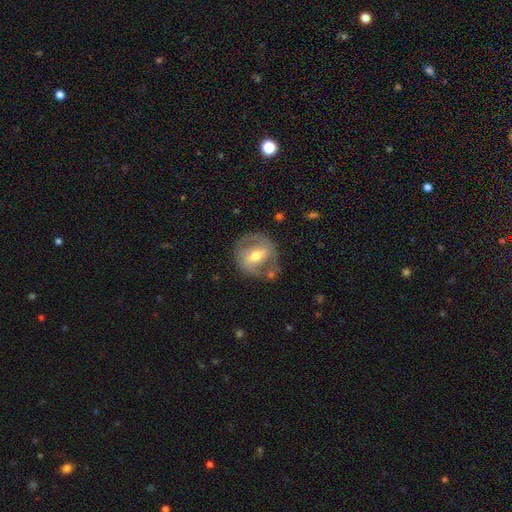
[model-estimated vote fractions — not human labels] Morphology: type=featured or disk (65%); edge-on=no (94%); bar=weak (42%); spiral arms=yes (57%); bulge=moderate (73%); merging=none (69%).